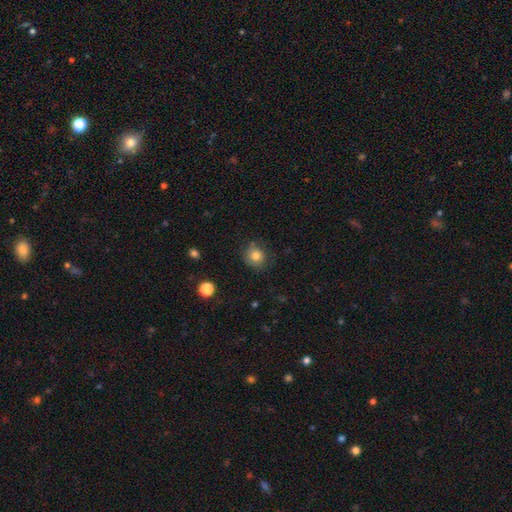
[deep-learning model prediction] This is likely a smooth galaxy (80%). How rounded: clearly round (84%). Merging: likely none (75%).